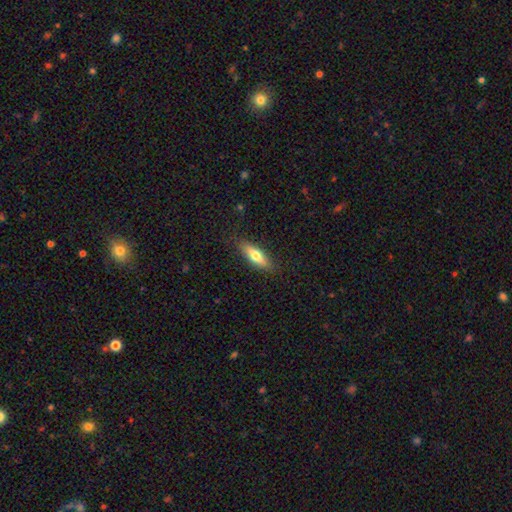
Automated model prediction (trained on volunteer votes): Smooth or featured?
  - smooth: 69% *
  - featured or disk: 25%
  - star or artifact: 6%
How rounded?
  - in between: 52% *
  - cigar-shaped: 45%
  - round: 2%
Merging?
  - none: 85% *
  - minor disturbance: 11%
  - major disturbance: 3%
  - merger: 1%